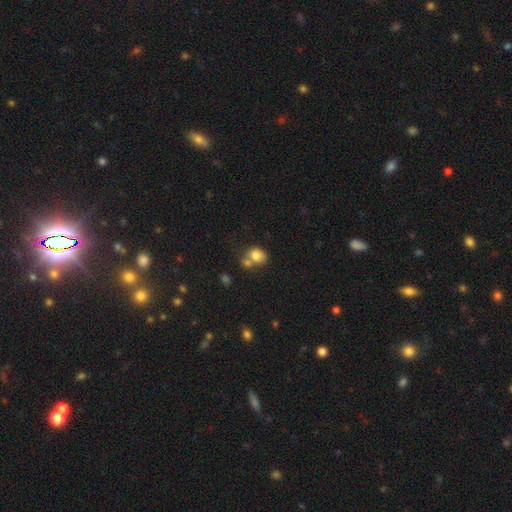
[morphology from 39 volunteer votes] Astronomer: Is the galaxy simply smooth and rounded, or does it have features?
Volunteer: smooth — 85%.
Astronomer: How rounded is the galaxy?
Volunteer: round — 79%.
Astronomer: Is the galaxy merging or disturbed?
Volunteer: merger — 45% (runner-up: none, 29%).